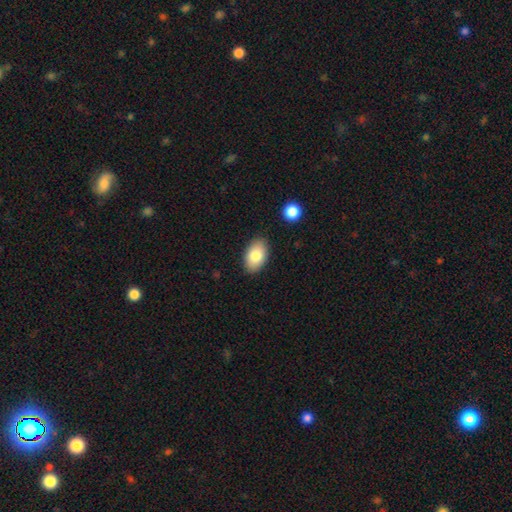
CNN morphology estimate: type=smooth (83%); roundness=in between (92%); merging=none (87%).